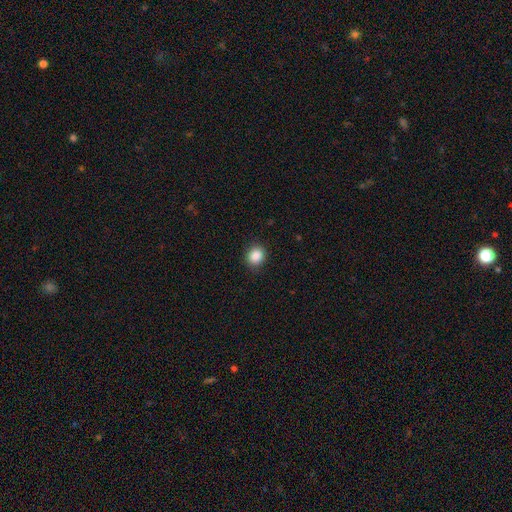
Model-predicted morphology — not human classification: Q: Smooth or featured?
A: smooth (88%); runner-up: star or artifact (9%)
Q: How rounded?
A: round (75%); runner-up: in between (24%)
Q: Merging?
A: none (89%); runner-up: minor disturbance (8%)